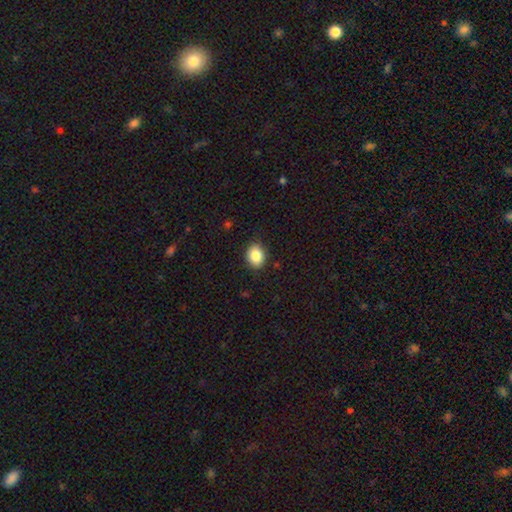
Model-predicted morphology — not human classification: Smooth or featured? smooth (86%)
How rounded? in between (59%)
Merging? none (88%)